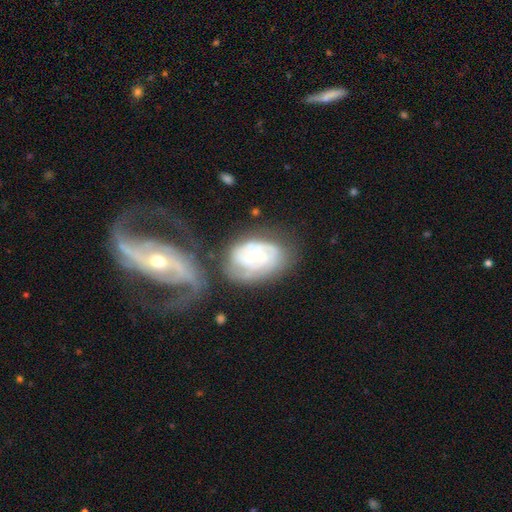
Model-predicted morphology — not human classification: Q: Smooth or featured?
A: featured or disk (79%); runner-up: smooth (16%)
Q: Edge-on disk?
A: no (96%); runner-up: yes (4%)
Q: Bar?
A: no (72%); runner-up: weak (22%)
Q: Spiral arms?
A: yes (86%); runner-up: no (14%)
Q: Spiral winding?
A: tight (68%); runner-up: medium (24%)
Q: Spiral arm count?
A: can't tell (38%); runner-up: 2 (28%)
Q: Bulge size?
A: moderate (50%); runner-up: small (46%)
Q: Merging?
A: none (47%); runner-up: minor disturbance (21%)